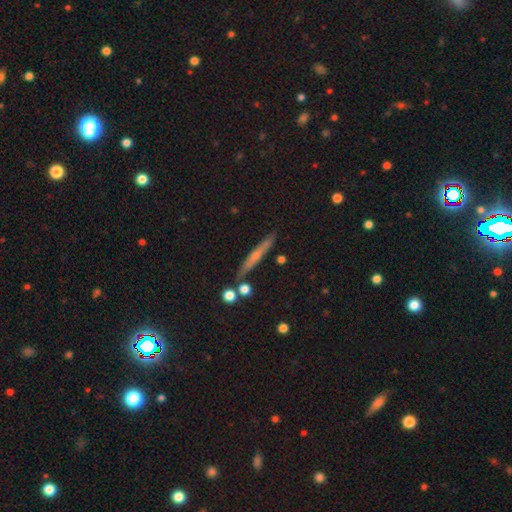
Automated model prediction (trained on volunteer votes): This is possibly a featured or disk galaxy (52%). It is clearly viewed edge-on (94%). Merging: clearly none (82%).